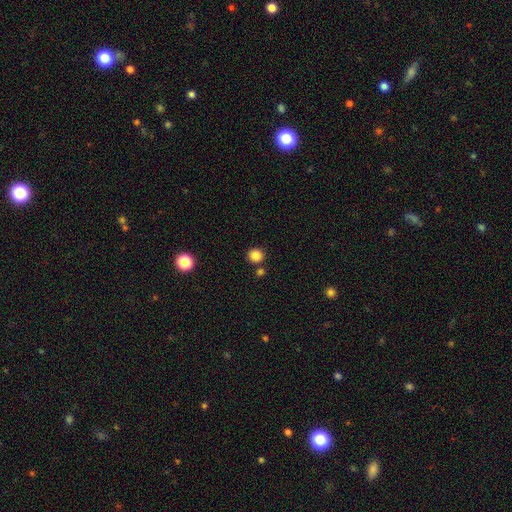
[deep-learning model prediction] This appears to be a smooth galaxy with no disk features (85%) that is round (86%). Merging: none (82%).